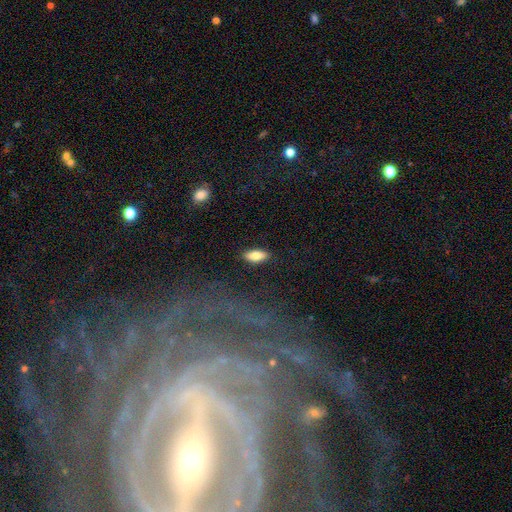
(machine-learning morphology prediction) Smooth or featured: smooth — 80% (featured or disk — 13%)
How rounded: in between — 79% (cigar-shaped — 18%)
Merging: none — 86% (minor disturbance — 10%)